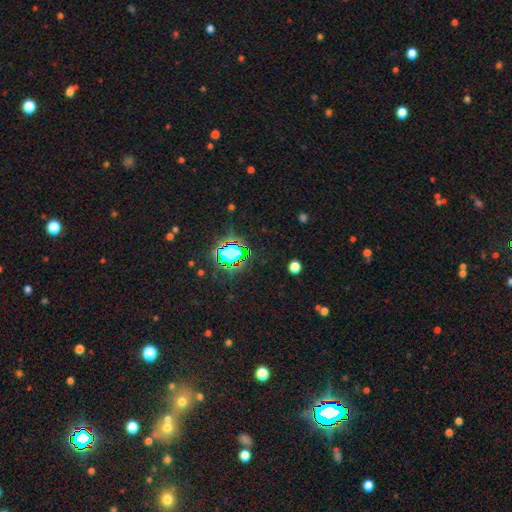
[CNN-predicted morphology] Overall: star or artifact (81%).